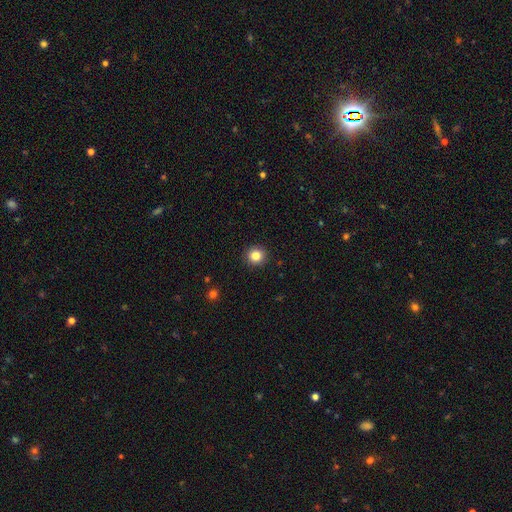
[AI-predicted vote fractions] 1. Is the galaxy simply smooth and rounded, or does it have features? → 84% smooth, 11% star or artifact, 5% featured or disk.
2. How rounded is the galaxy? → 94% round, 5% in between, 1% cigar-shaped.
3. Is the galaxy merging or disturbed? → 93% none, 5% minor disturbance, 2% major disturbance, 1% merger.